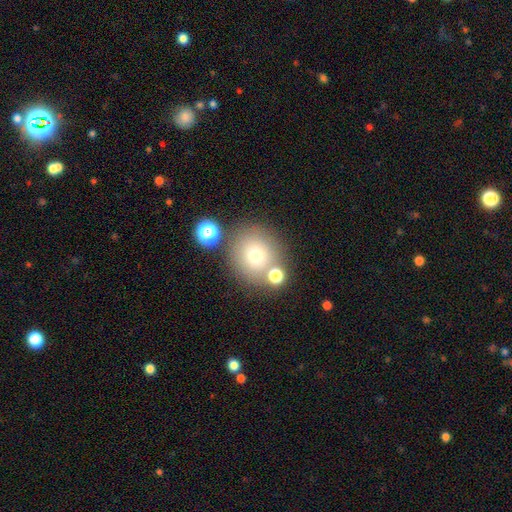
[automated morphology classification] A smooth galaxy with no disk features (70%) that is round (89%). Merging: none (73%).